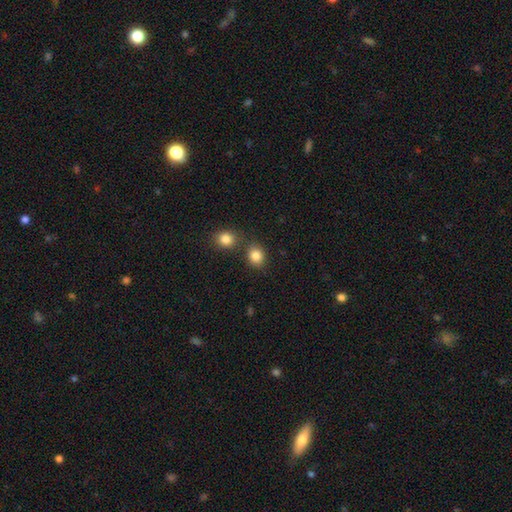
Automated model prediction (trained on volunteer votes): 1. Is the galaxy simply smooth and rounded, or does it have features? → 85% smooth, 10% star or artifact, 5% featured or disk.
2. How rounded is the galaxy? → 66% round, 33% in between, 1% cigar-shaped.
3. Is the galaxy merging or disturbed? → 68% none, 19% merger, 9% minor disturbance, 3% major disturbance.